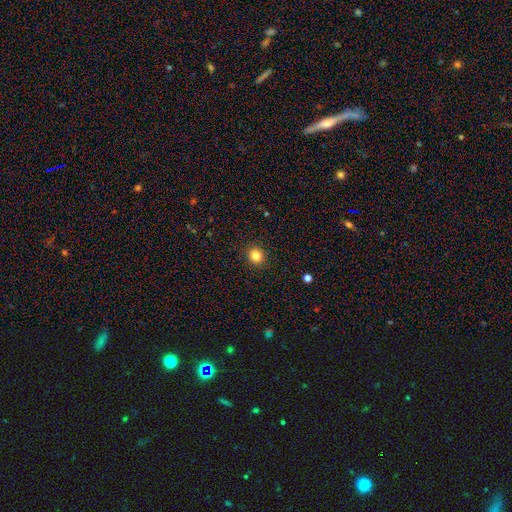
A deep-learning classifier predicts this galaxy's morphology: Smooth or featured? Predicted: smooth (p=0.84). How rounded? Predicted: round (p=0.85). Merging? Predicted: none (p=0.92).